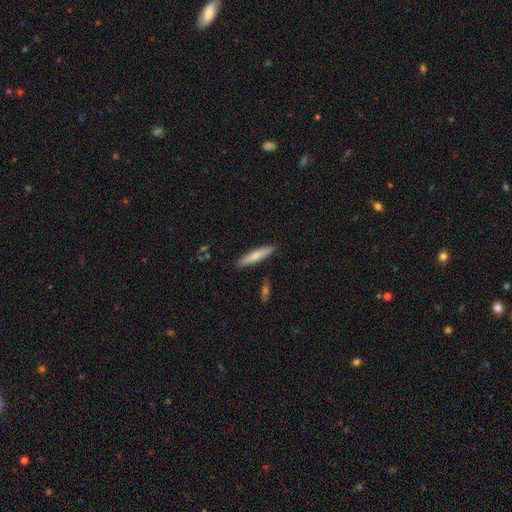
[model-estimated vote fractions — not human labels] This is likely a smooth galaxy (70%). How rounded: clearly cigar-shaped (83%). Merging: clearly none (88%).